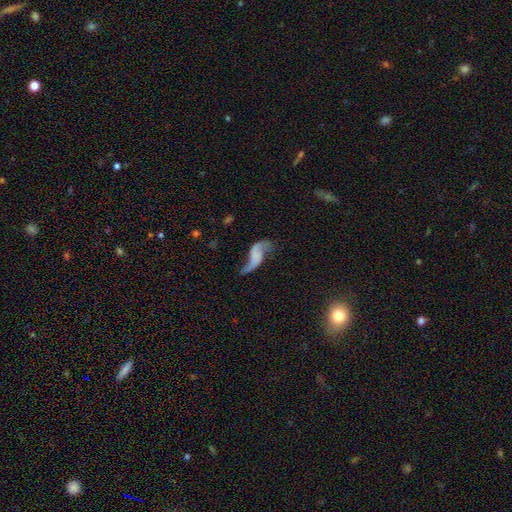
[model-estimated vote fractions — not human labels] featured or disk 79%, smooth 14%, star or artifact 7%. Down the decision tree: edge-on disk — no (95%); bar — no (59%); spiral arms — yes (91%); spiral arm count — 2 (90%); spiral winding — loose (91%); bulge size — none (70%); merging — none (55%).